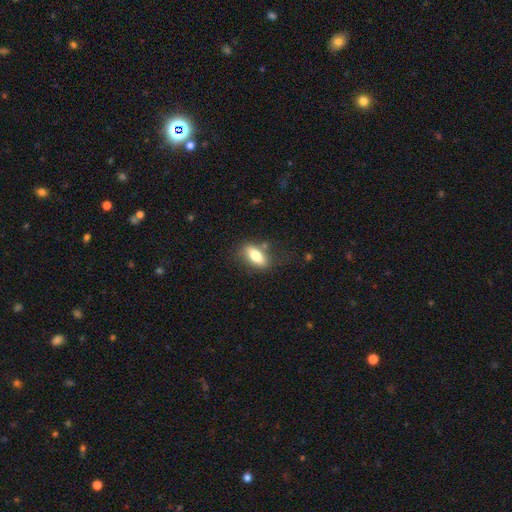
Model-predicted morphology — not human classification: A smooth galaxy with no disk features (72%) that is in between round and cigar-shaped (79%).

Vote fractions:
- Smooth or featured? smooth: 72% / featured or disk: 21% / star or artifact: 7%
- How rounded? in between: 79% / cigar-shaped: 16% / round: 4%
- Merging? none: 71% / minor disturbance: 17% / major disturbance: 6% / merger: 5%